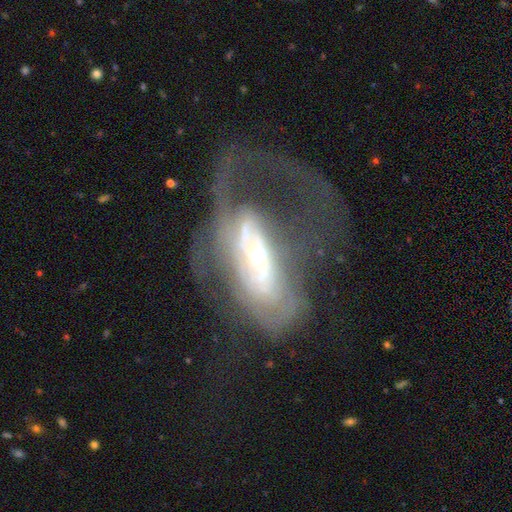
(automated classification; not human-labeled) Smooth or featured? Predicted: featured or disk (p=0.77). Edge-on disk? Predicted: no (p=0.91). Bar? Predicted: no (p=0.62). Spiral arms? Predicted: yes (p=0.64). Bulge size? Predicted: moderate (p=0.51). Merging? Predicted: major disturbance (p=0.64).